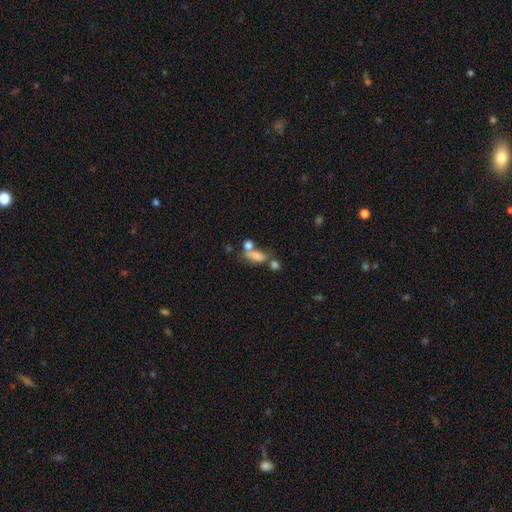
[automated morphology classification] Smooth or featured? Predicted: smooth (p=0.71). How rounded? Predicted: in between (p=0.77). Merging? Predicted: merger (p=0.44).